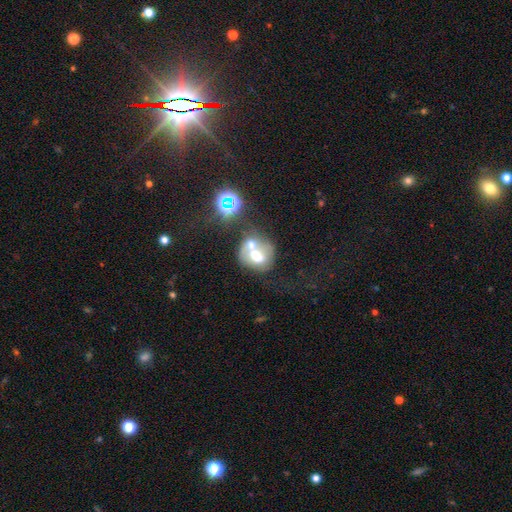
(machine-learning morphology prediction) A smooth galaxy with no disk features (51%) that is round (60%). Merging: merger (62%).